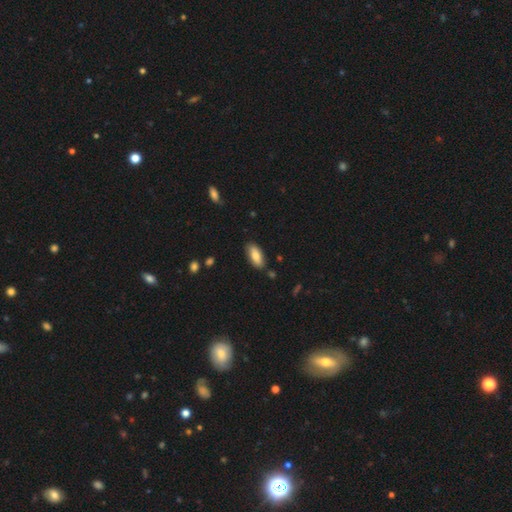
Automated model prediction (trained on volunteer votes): smooth-or-featured: smooth: 81% | featured or disk: 13% | star or artifact: 6%
  how-rounded: in between: 84% | cigar-shaped: 14% | round: 2%
  merging: none: 84% | minor disturbance: 12% | major disturbance: 2% | merger: 2%